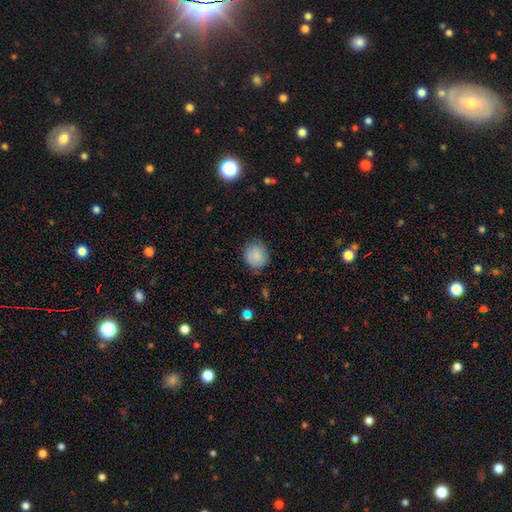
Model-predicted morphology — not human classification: Smooth or featured? smooth (86%)
How rounded? round (80%)
Merging? none (79%)